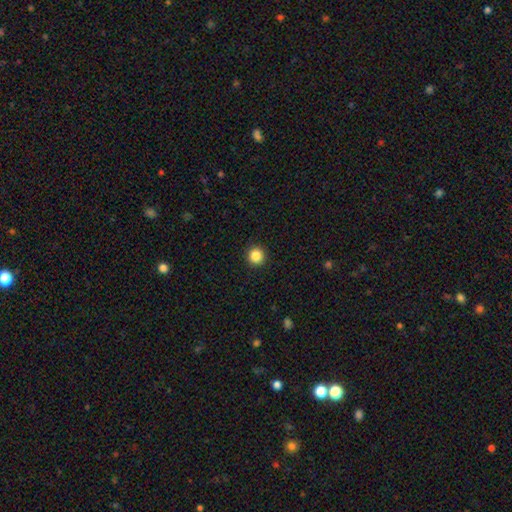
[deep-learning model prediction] Q: Smooth or featured?
A: smooth (86%); runner-up: star or artifact (10%)
Q: How rounded?
A: round (95%); runner-up: in between (4%)
Q: Merging?
A: none (93%); runner-up: minor disturbance (5%)